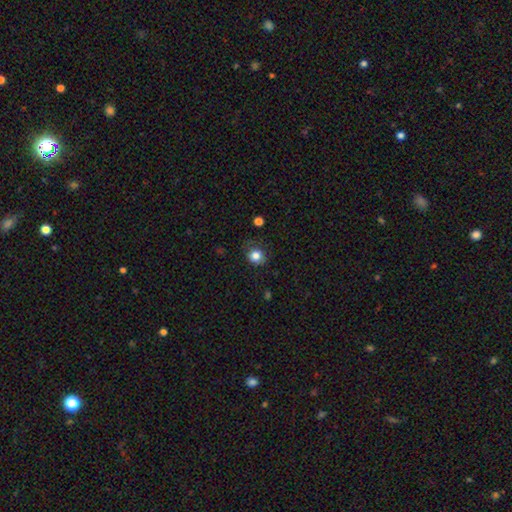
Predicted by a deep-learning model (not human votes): Smooth or featured? smooth (83%)
How rounded? round (74%)
Merging? none (74%)